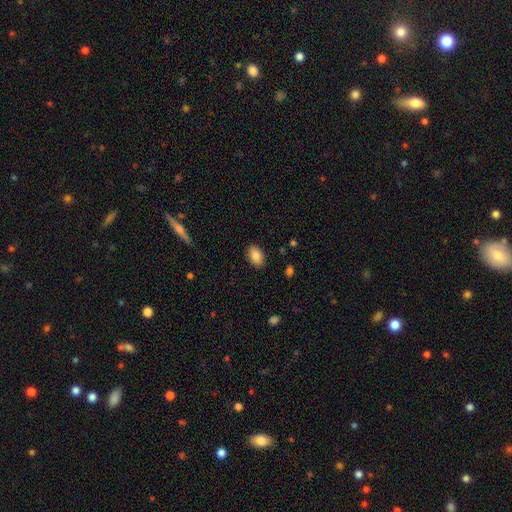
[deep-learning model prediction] Overall: smooth (84%). How rounded: in between (89%). Merging: none (88%).